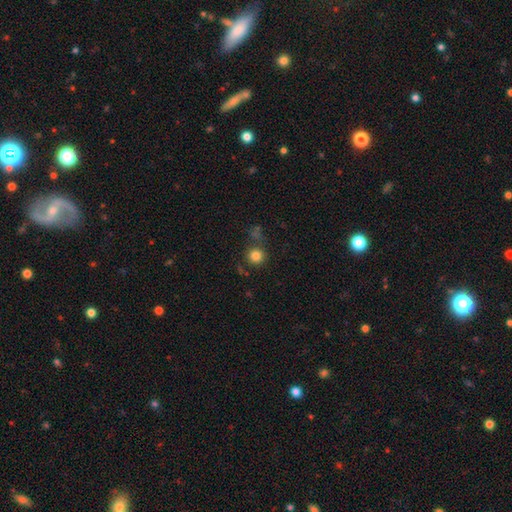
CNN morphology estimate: Smooth or featured? smooth (82%)
How rounded? round (94%)
Merging? none (76%)